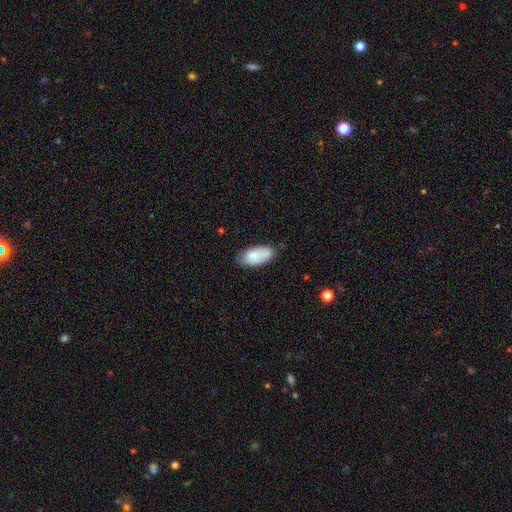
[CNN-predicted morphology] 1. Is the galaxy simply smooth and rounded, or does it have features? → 78% smooth, 16% featured or disk, 6% star or artifact.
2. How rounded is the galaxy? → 93% in between, 5% cigar-shaped, 2% round.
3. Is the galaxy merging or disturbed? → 65% none, 26% minor disturbance, 5% major disturbance, 4% merger.